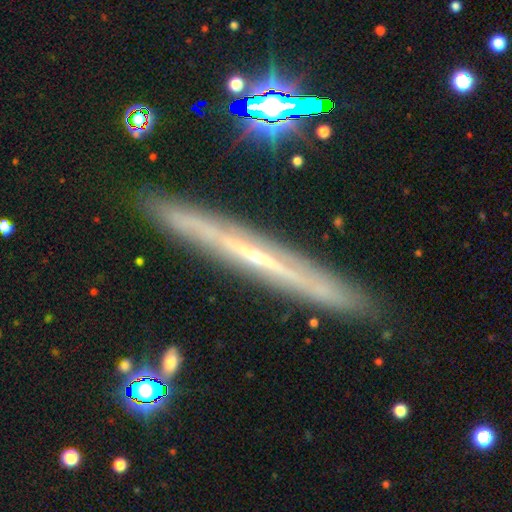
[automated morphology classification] Smooth or featured? featured or disk (72%)
Edge-on disk? yes (93%)
Edge-on bulge? none (61%)
Merging? none (88%)